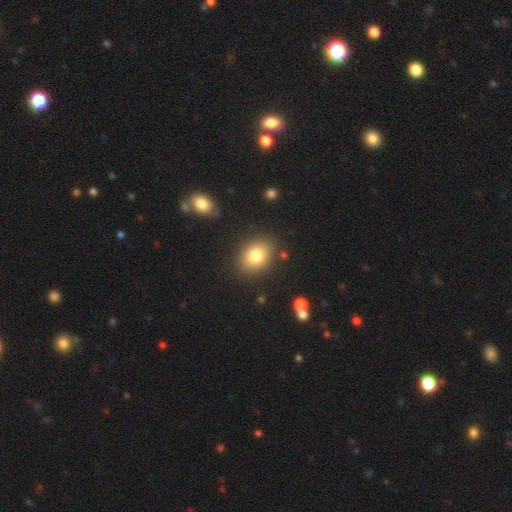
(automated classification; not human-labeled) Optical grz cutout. It shows a smooth galaxy with no disk features (81%) that is in between round and cigar-shaped (62%). Merging: none (86%).